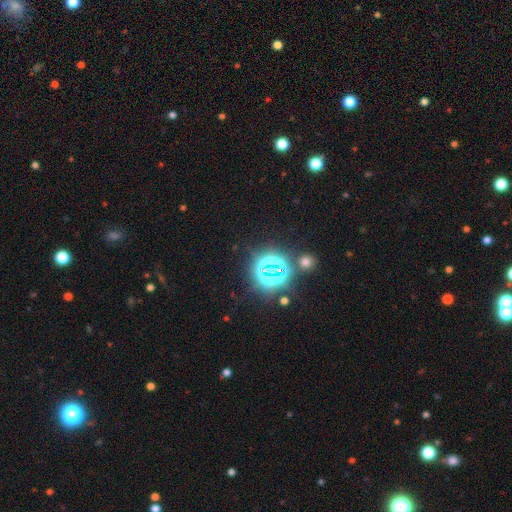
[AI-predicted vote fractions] smooth-or-featured: star or artifact: 77% | smooth: 14% | featured or disk: 9%